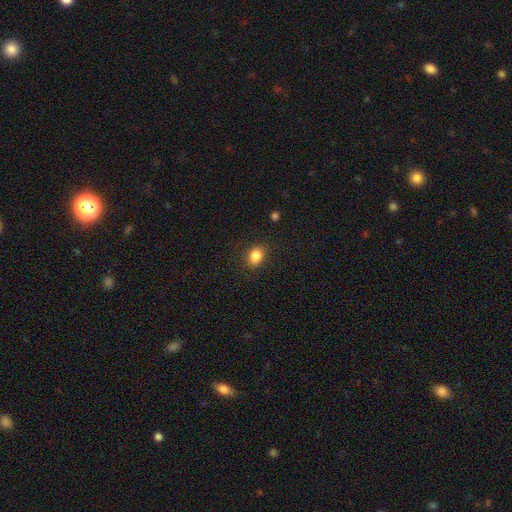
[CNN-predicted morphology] Smooth or featured? smooth (85%)
How rounded? in between (61%)
Merging? none (85%)